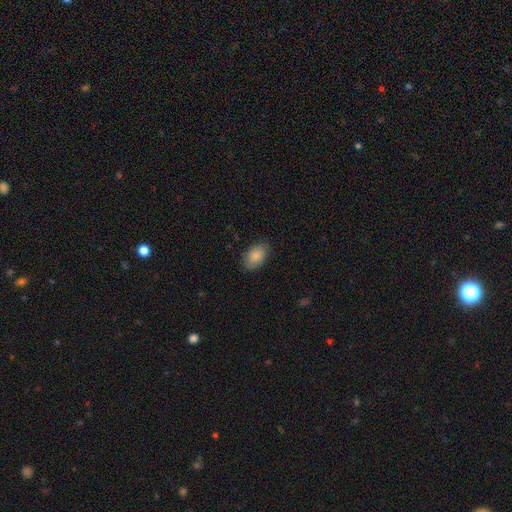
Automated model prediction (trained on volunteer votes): smooth-or-featured: smooth: 87% | star or artifact: 7% | featured or disk: 6%
  how-rounded: in between: 90% | round: 9% | cigar-shaped: 1%
  merging: none: 85% | minor disturbance: 11% | major disturbance: 3% | merger: 1%